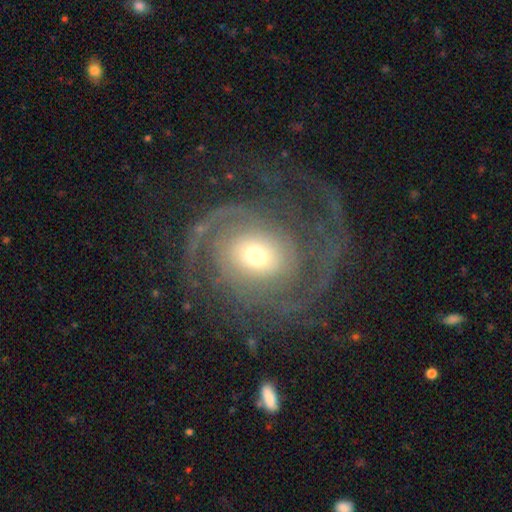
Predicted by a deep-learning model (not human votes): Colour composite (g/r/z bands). It shows a featured or disk galaxy (84%) with no bar (73%), 2 (48%) tight (48%) spiral arms (93%) and a moderate central bulge (49%). Merging: none (60%).